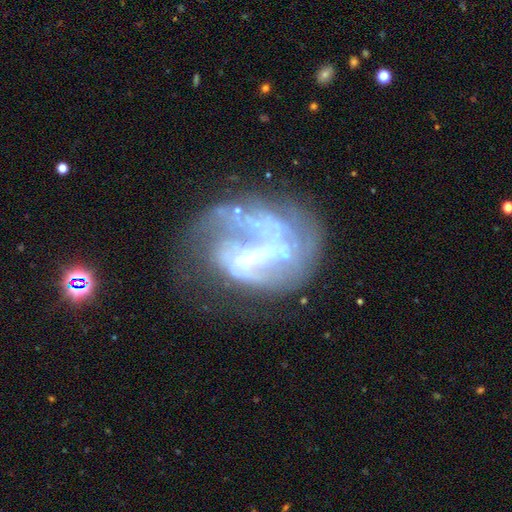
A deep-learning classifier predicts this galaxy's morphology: This appears to be a featured or disk galaxy (78%) with a weak bar (38%), spiral arms (64%) and a moderate central bulge (37%). Merging: major disturbance (40%).